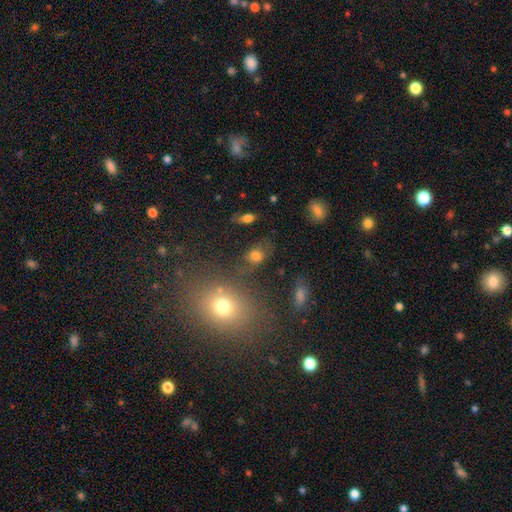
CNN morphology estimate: Smooth or featured?
  - smooth: 71% *
  - star or artifact: 17%
  - featured or disk: 12%
How rounded?
  - in between: 53% *
  - round: 45%
  - cigar-shaped: 3%
Merging?
  - none: 63% *
  - minor disturbance: 18%
  - merger: 10%
  - major disturbance: 9%